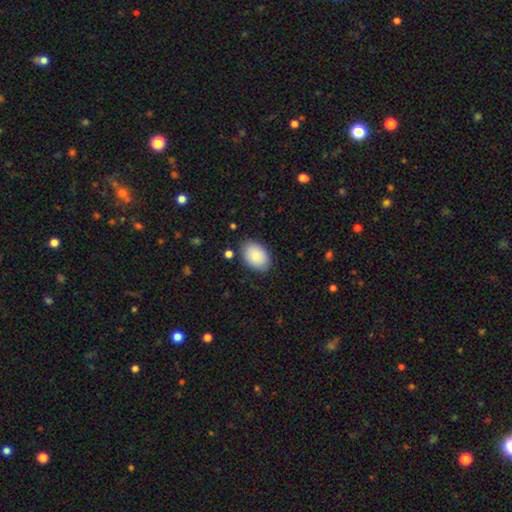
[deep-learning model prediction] A smooth galaxy with no disk features (88%) that is in between round and cigar-shaped (87%).

Vote fractions:
- Smooth or featured? smooth: 88% / star or artifact: 6% / featured or disk: 5%
- How rounded? in between: 87% / round: 12% / cigar-shaped: 1%
- Merging? none: 85% / minor disturbance: 11% / major disturbance: 3% / merger: 2%